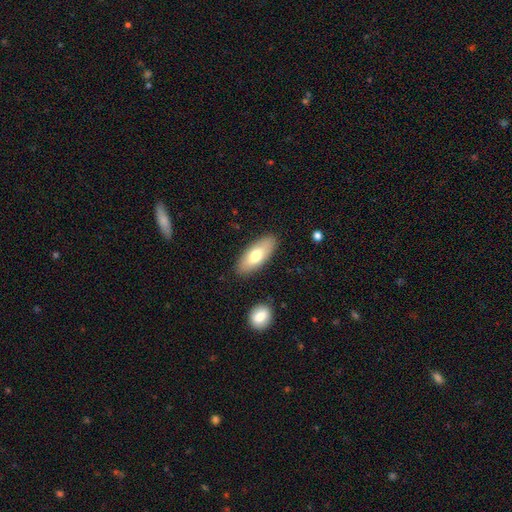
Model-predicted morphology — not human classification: Smooth or featured? Predicted: smooth (p=0.72). How rounded? Predicted: in between (p=0.81). Merging? Predicted: none (p=0.86).